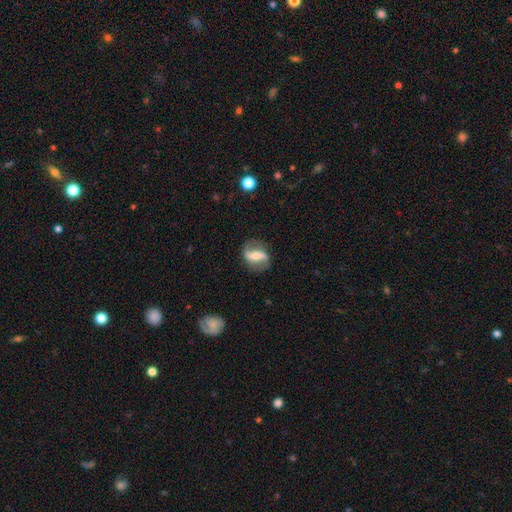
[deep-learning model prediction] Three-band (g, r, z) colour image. It shows a featured or disk galaxy (74%) with a strong bar (57%), 2 (89%) loose (60%) spiral arms (83%) and a moderate central bulge (51%). Merging: none (78%).